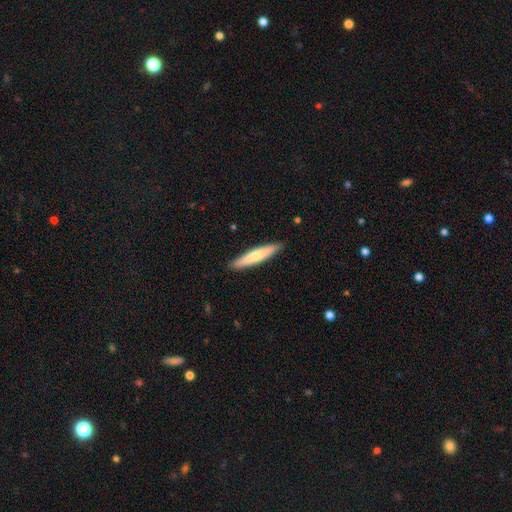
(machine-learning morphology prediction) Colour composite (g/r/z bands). It shows a smooth galaxy with no disk features (66%) that is cigar-shaped (90%). Merging: none (90%).